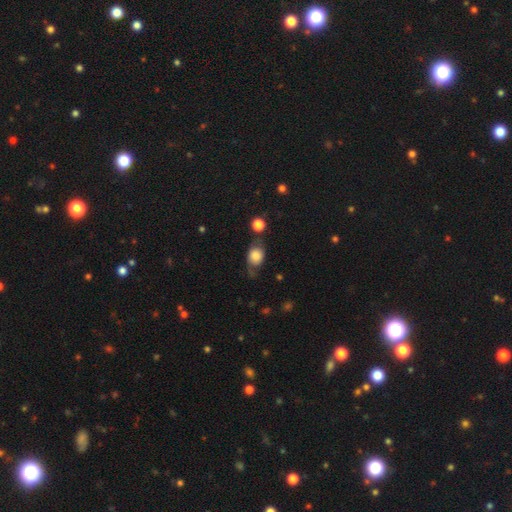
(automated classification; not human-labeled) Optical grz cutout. It shows a smooth galaxy with no disk features (68%) that is in between round and cigar-shaped (57%). Merging: none (48%).